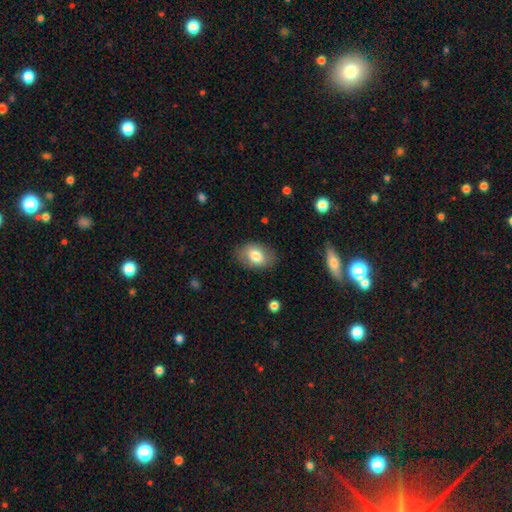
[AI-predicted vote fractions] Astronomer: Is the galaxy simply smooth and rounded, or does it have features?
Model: smooth — 76%.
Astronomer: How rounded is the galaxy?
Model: in between — 85%.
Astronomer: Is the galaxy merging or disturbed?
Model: none — 81%.